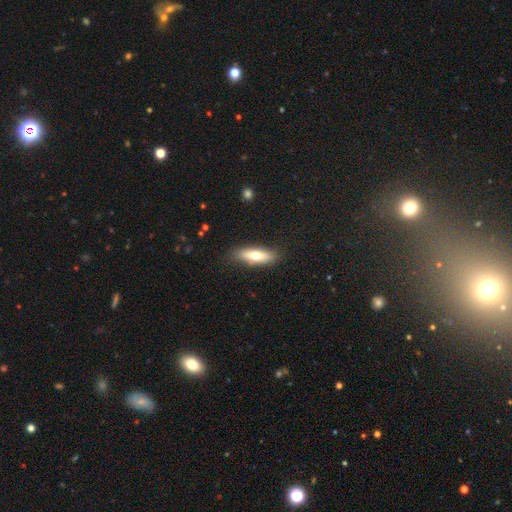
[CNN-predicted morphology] Smooth or featured? Predicted: smooth (p=0.68). How rounded? Predicted: in between (p=0.55). Merging? Predicted: none (p=0.84).